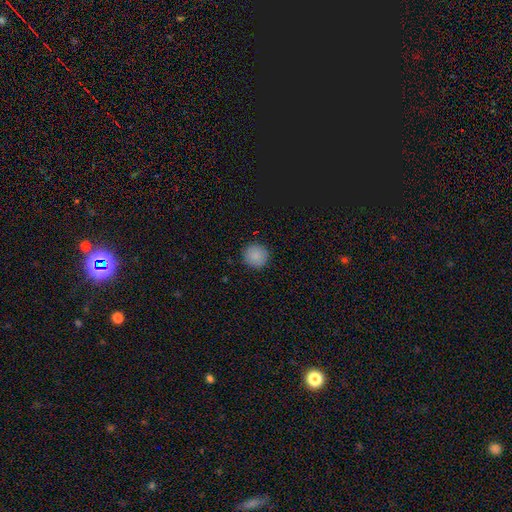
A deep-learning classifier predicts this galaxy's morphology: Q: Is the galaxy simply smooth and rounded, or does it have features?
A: smooth — 87%.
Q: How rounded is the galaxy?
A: round — 94%.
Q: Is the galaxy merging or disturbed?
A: none — 90%.